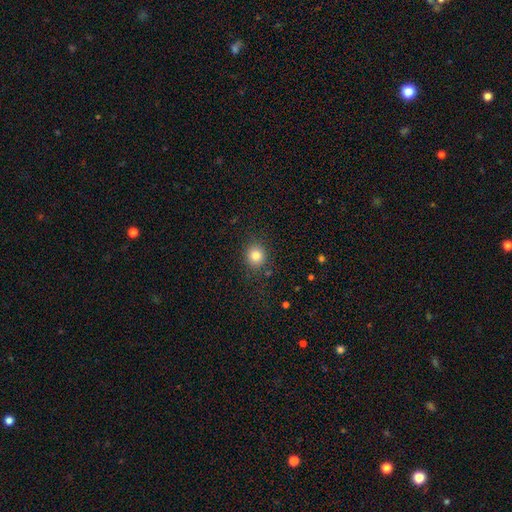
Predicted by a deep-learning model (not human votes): smooth 81%, star or artifact 12%, featured or disk 7%. Down the decision tree: how rounded — round (84%); merging — none (87%).